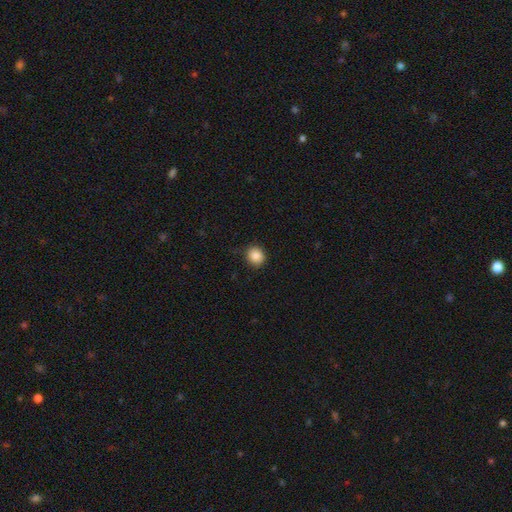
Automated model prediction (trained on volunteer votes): smooth-or-featured: smooth: 87% | star or artifact: 9% | featured or disk: 3%
  how-rounded: round: 88% | in between: 11% | cigar-shaped: 1%
  merging: none: 87% | minor disturbance: 10% | major disturbance: 2% | merger: 1%